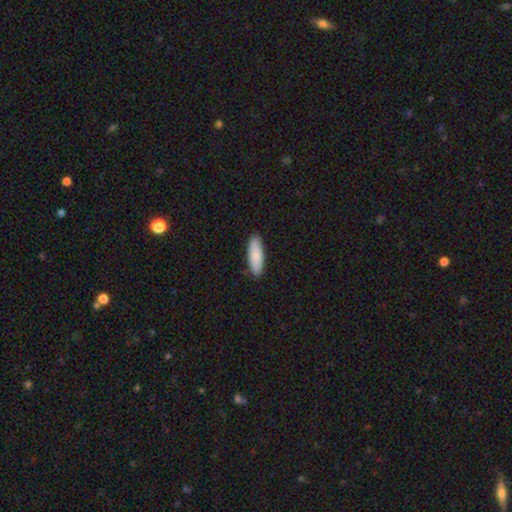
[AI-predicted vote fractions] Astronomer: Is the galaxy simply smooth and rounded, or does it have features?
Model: smooth — 86%.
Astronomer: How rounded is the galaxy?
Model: in between — 57% (runner-up: cigar-shaped, 42%).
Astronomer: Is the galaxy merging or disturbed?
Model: none — 89%.